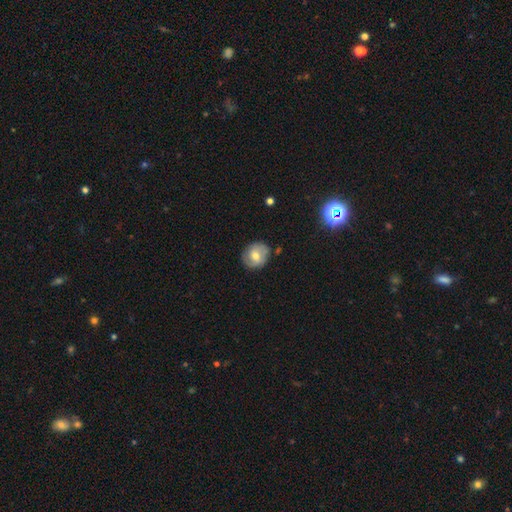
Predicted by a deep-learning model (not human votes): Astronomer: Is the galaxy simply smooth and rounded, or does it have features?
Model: smooth — 48% (runner-up: featured or disk, 44%).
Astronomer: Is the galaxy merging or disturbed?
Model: none — 76%.